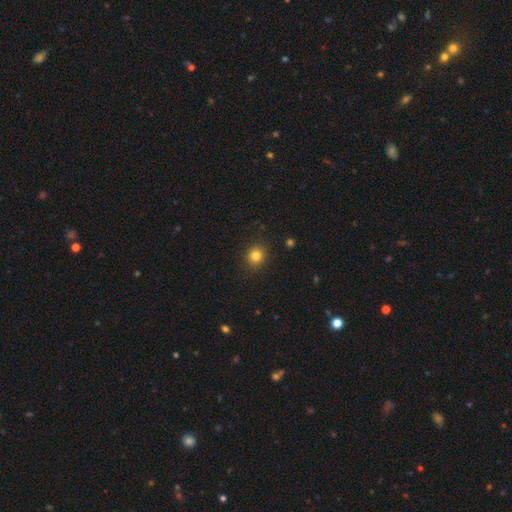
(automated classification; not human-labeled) A smooth galaxy with no disk features (83%) that is round (80%). Merging: none (88%).